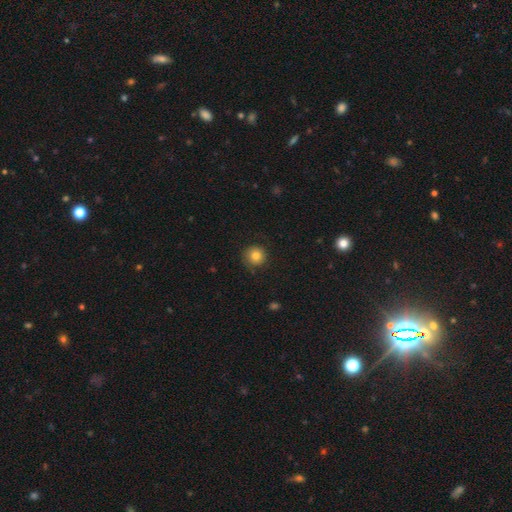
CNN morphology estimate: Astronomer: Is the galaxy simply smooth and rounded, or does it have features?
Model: smooth — 80%.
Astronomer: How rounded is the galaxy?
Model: round — 93%.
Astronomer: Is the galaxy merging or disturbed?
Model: none — 81%.